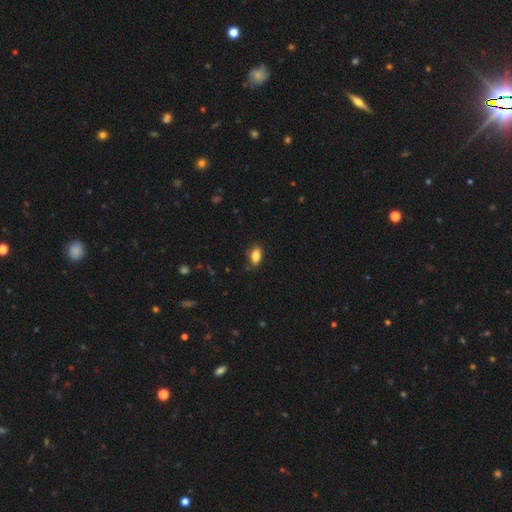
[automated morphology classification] This is clearly a smooth galaxy (85%). How rounded: clearly in between (90%). Merging: clearly none (81%).